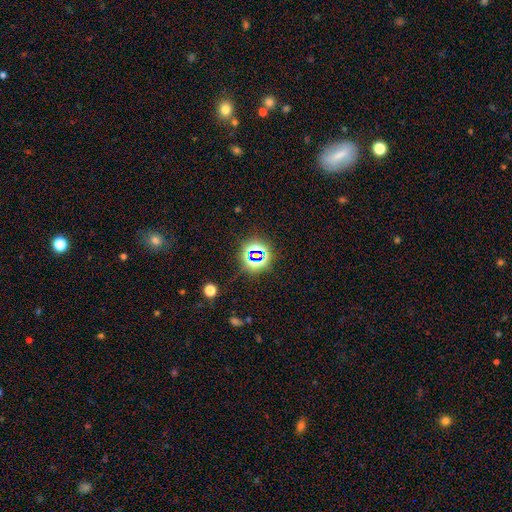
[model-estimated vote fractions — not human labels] star or artifact 73%, smooth 18%, featured or disk 9%.